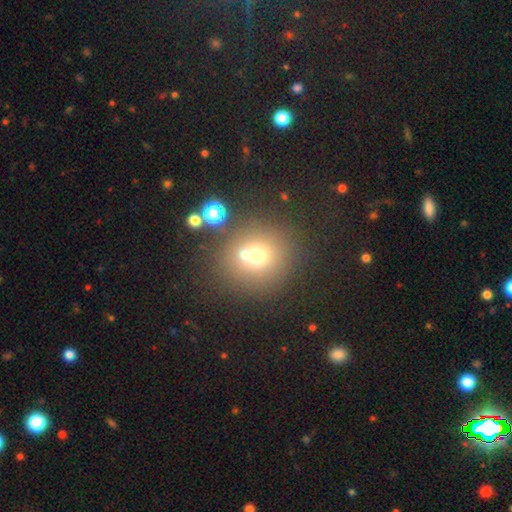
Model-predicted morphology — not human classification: Smooth or featured?
  - smooth: 66% *
  - star or artifact: 19%
  - featured or disk: 15%
How rounded?
  - round: 90% *
  - in between: 9%
  - cigar-shaped: 1%
Merging?
  - none: 63% *
  - merger: 23%
  - minor disturbance: 9%
  - major disturbance: 5%